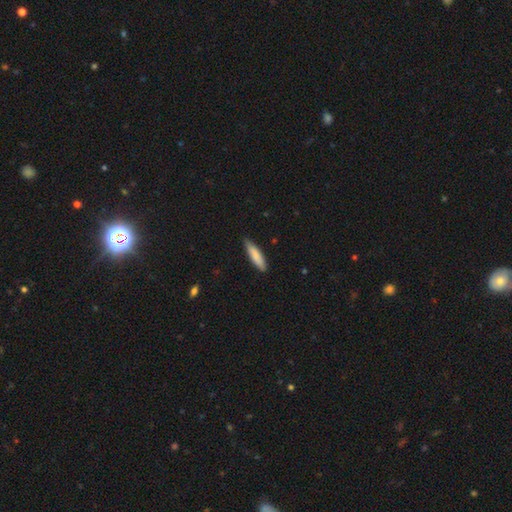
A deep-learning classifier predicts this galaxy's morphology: This is clearly a smooth galaxy (84%). How rounded: likely cigar-shaped (73%). Merging: clearly none (81%).